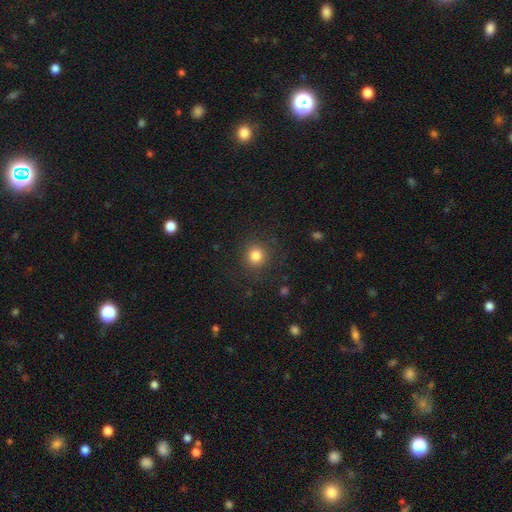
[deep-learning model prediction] Q: Smooth or featured?
A: smooth (82%); runner-up: star or artifact (13%)
Q: How rounded?
A: round (92%); runner-up: in between (7%)
Q: Merging?
A: none (89%); runner-up: minor disturbance (7%)